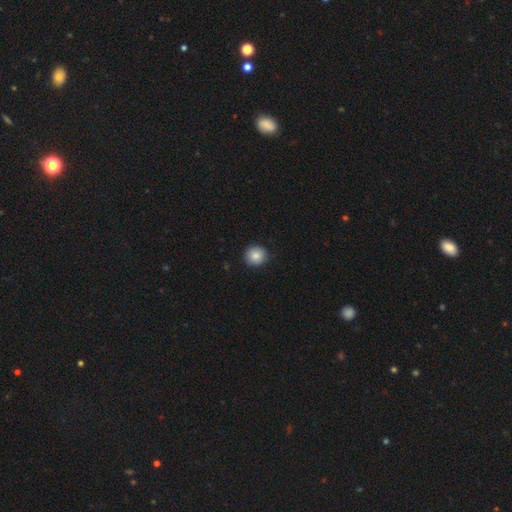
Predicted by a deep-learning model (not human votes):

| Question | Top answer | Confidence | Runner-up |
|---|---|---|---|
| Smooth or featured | smooth | 85% | star or artifact (8%) |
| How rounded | round | 92% | in between (7%) |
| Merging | none | 90% | minor disturbance (7%) |